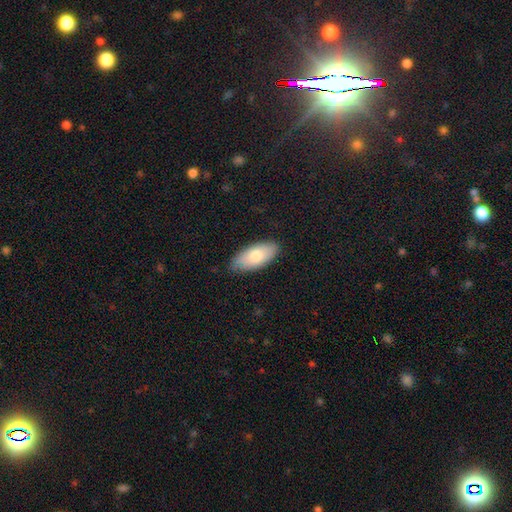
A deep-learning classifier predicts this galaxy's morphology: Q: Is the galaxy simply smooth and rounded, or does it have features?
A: smooth — 76%.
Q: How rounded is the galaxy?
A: in between — 90%.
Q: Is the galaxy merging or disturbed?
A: none — 81%.